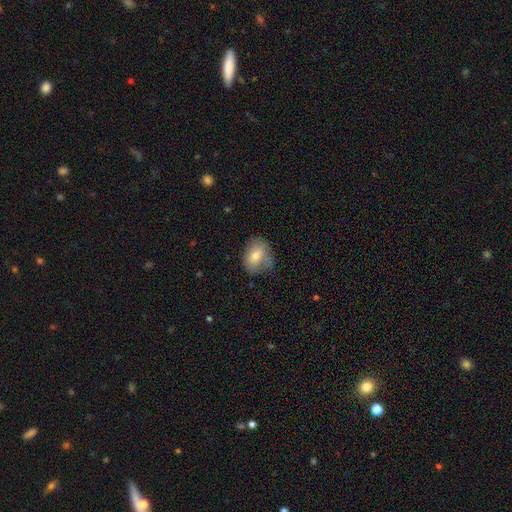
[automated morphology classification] Smooth or featured? smooth (68%)
How rounded? in between (66%)
Merging? none (60%)